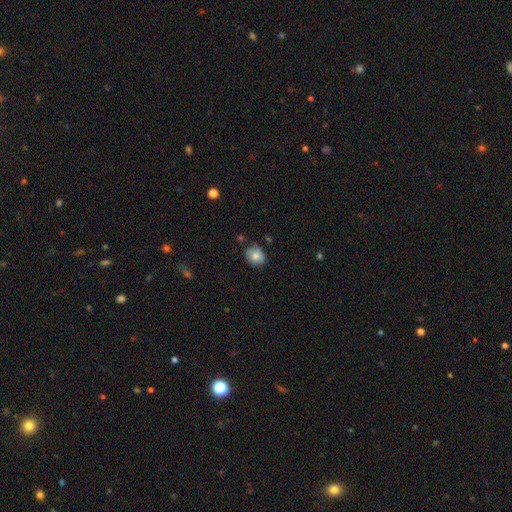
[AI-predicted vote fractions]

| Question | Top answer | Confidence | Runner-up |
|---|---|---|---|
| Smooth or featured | smooth | 72% | featured or disk (19%) |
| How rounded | round | 63% | in between (36%) |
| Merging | none | 72% | minor disturbance (21%) |